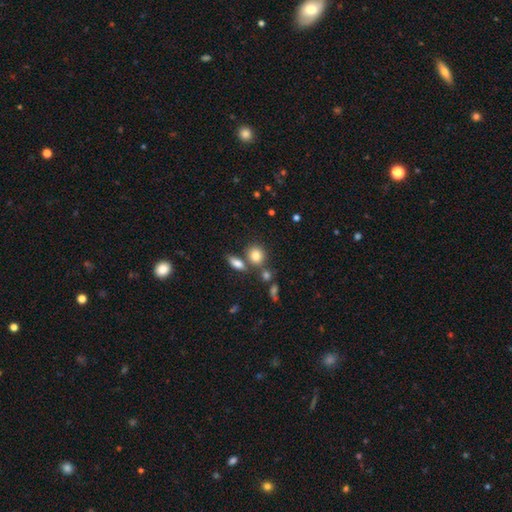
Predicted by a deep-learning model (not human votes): A smooth galaxy with no disk features (81%) that is round (64%).

Vote fractions:
- Smooth or featured? smooth: 81% / star or artifact: 10% / featured or disk: 9%
- How rounded? round: 64% / in between: 34% / cigar-shaped: 2%
- Merging? none: 60% / merger: 25% / minor disturbance: 11% / major disturbance: 4%